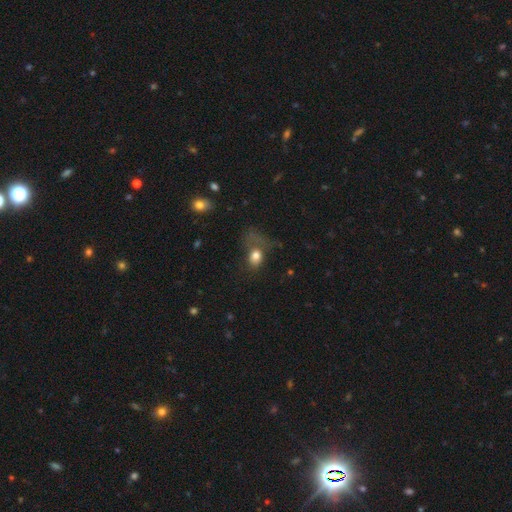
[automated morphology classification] smooth-or-featured: smooth: 77% | featured or disk: 13% | star or artifact: 11%
  how-rounded: in between: 57% | round: 41% | cigar-shaped: 2%
  merging: major disturbance: 43% | none: 31% | minor disturbance: 20% | merger: 7%